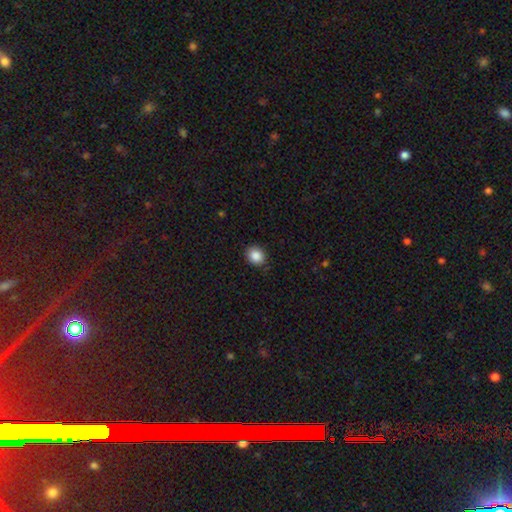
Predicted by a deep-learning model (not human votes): A smooth galaxy with no disk features (88%) that is round (65%).

Vote fractions:
- Smooth or featured? smooth: 88% / star or artifact: 9% / featured or disk: 4%
- How rounded? round: 65% / in between: 34% / cigar-shaped: 1%
- Merging? none: 87% / minor disturbance: 10% / major disturbance: 2% / merger: 1%